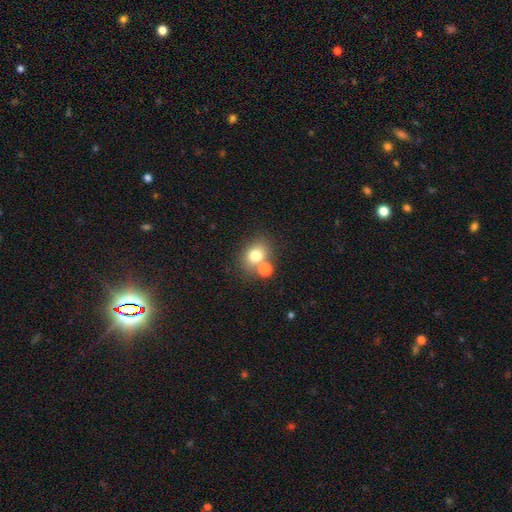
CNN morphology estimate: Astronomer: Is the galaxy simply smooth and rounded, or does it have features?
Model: smooth — 76%.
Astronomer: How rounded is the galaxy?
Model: round — 57% (runner-up: in between, 42%).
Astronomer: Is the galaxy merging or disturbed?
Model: none — 57%.